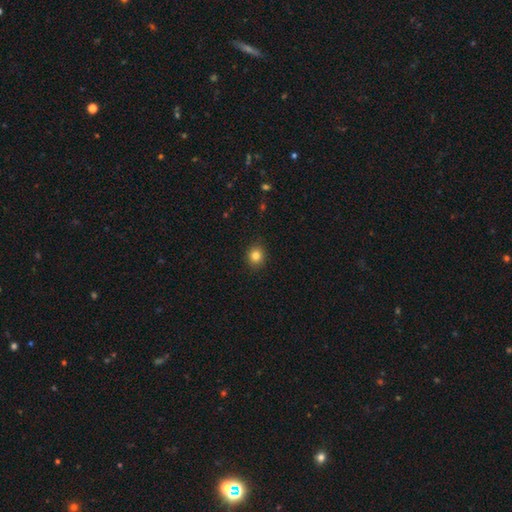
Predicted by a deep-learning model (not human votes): smooth_or_featured: smooth (p=0.83) [alt: star or artifact p=0.11]
how_rounded: round (p=0.81) [alt: in between p=0.18]
merging: none (p=0.91) [alt: minor disturbance p=0.06]